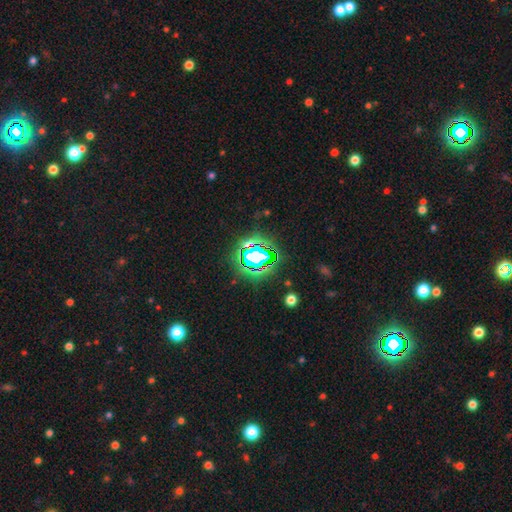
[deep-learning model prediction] smooth_or_featured: star or artifact (p=0.77) [alt: smooth p=0.13]